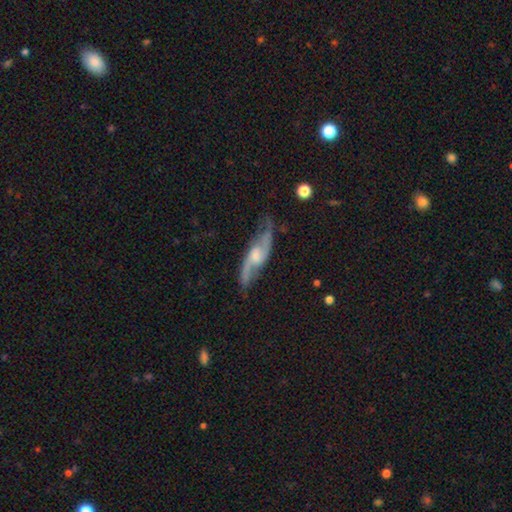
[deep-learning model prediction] Q: Smooth or featured?
A: featured or disk (82%); runner-up: smooth (12%)
Q: Edge-on disk?
A: no (82%); runner-up: yes (18%)
Q: Bar?
A: no (48%); runner-up: weak (42%)
Q: Spiral arms?
A: yes (95%); runner-up: no (5%)
Q: Spiral winding?
A: loose (52%); runner-up: medium (37%)
Q: Spiral arm count?
A: 2 (88%); runner-up: can't tell (6%)
Q: Bulge size?
A: moderate (48%); runner-up: small (32%)
Q: Merging?
A: none (71%); runner-up: minor disturbance (20%)